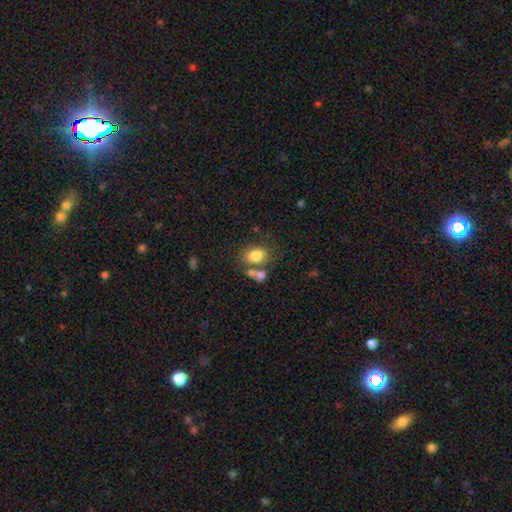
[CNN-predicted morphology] smooth_or_featured: smooth (p=0.81) [alt: star or artifact p=0.09]
how_rounded: in between (p=0.69) [alt: round p=0.29]
merging: none (p=0.55) [alt: merger p=0.26]